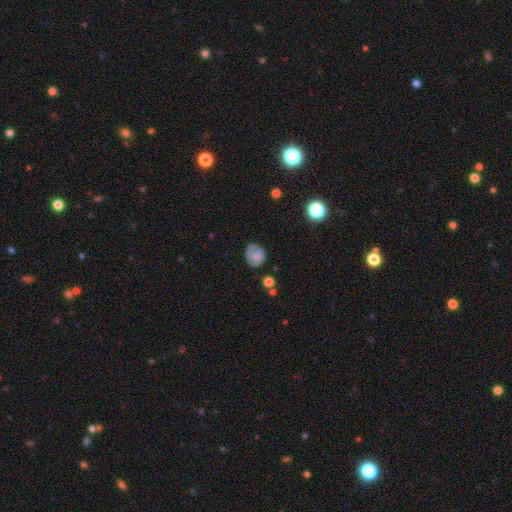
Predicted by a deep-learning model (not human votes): This is likely a smooth galaxy (60%). How rounded: likely round (61%). Merging: possibly none (56%).